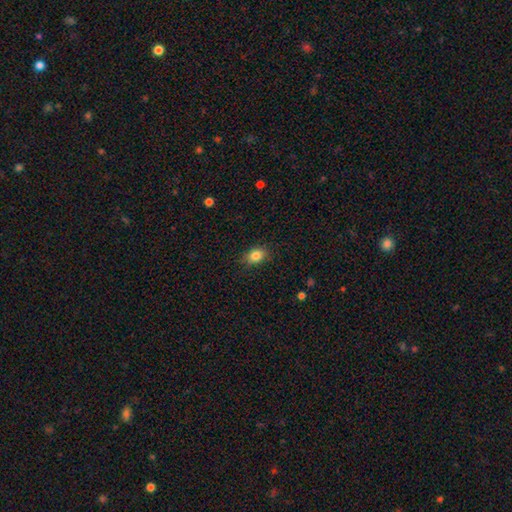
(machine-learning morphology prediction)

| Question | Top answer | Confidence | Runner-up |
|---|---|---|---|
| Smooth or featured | smooth | 84% | star or artifact (10%) |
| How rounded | in between | 74% | round (25%) |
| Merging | none | 84% | minor disturbance (12%) |